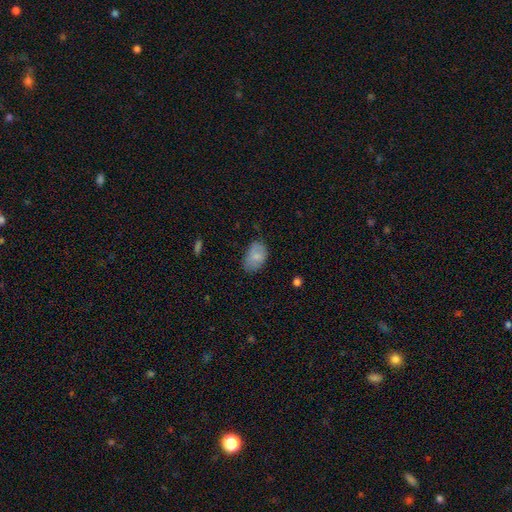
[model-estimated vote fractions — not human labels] A smooth galaxy with no disk features (78%) that is in between round and cigar-shaped (89%).

Vote fractions:
- Smooth or featured? smooth: 78% / featured or disk: 14% / star or artifact: 8%
- How rounded? in between: 89% / round: 9% / cigar-shaped: 1%
- Merging? none: 61% / minor disturbance: 29% / major disturbance: 8% / merger: 2%